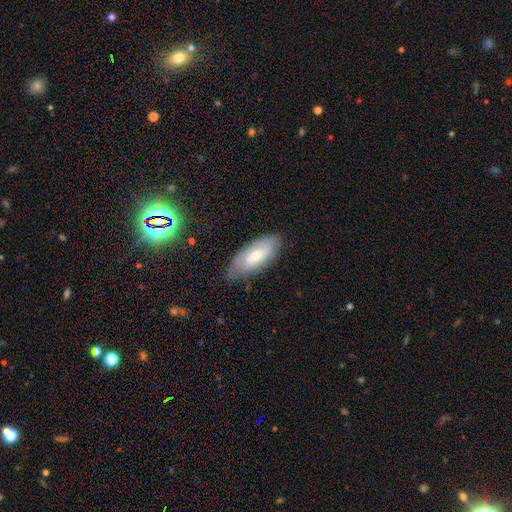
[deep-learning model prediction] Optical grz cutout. It shows a smooth galaxy with no disk features (60%) that is in between round and cigar-shaped (85%). Merging: none (71%).